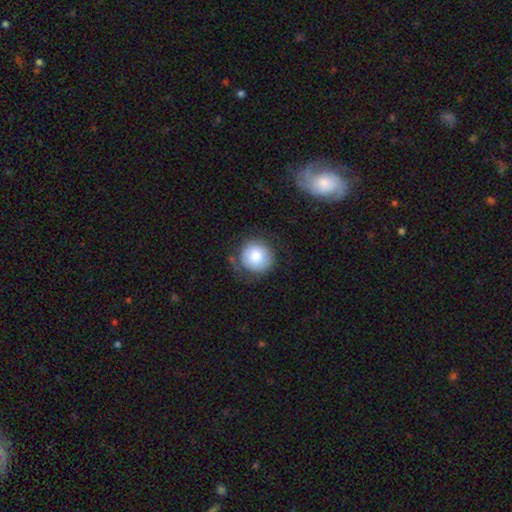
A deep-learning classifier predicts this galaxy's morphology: A smooth galaxy with no disk features (76%) that is round (93%).

Vote fractions:
- Smooth or featured? smooth: 76% / featured or disk: 17% / star or artifact: 7%
- How rounded? round: 93% / in between: 6% / cigar-shaped: 1%
- Merging? none: 67% / minor disturbance: 20% / major disturbance: 11% / merger: 2%